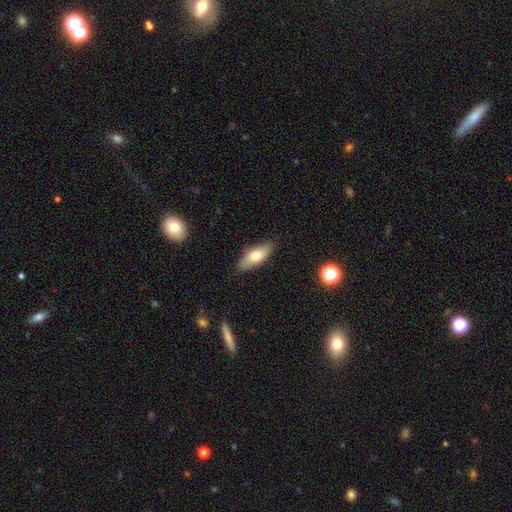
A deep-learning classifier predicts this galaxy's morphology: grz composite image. It shows a smooth galaxy with no disk features (72%) that is in between round and cigar-shaped (73%). Merging: none (84%).